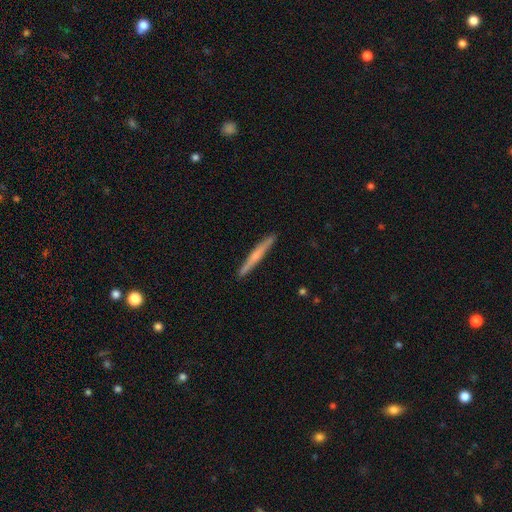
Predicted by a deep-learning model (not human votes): featured or disk 48%, smooth 47%, star or artifact 5%. Down the decision tree: merging — none (91%).